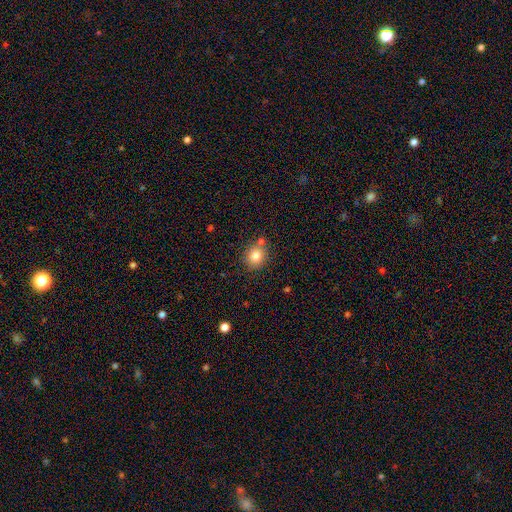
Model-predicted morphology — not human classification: A smooth galaxy with no disk features (82%) that is round (77%). Merging: none (71%).